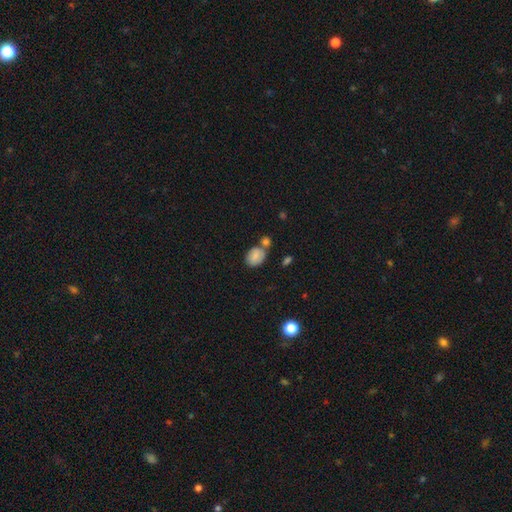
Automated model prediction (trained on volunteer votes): Morphology: type=smooth (73%); roundness=in between (67%); merging=none (51%).